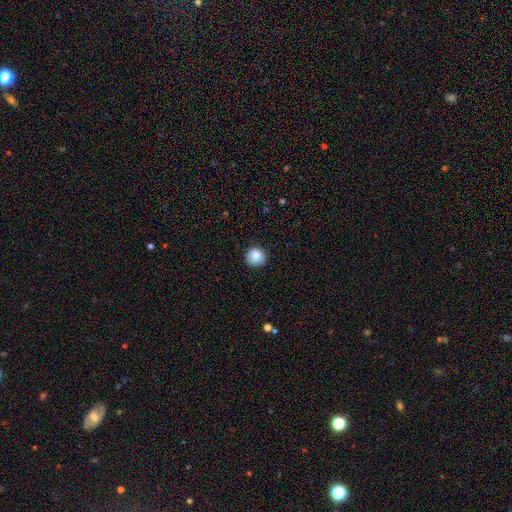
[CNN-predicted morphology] smooth-or-featured: smooth: 86% | star or artifact: 9% | featured or disk: 6%
  how-rounded: round: 93% | in between: 6% | cigar-shaped: 1%
  merging: none: 88% | minor disturbance: 9% | major disturbance: 2% | merger: 1%